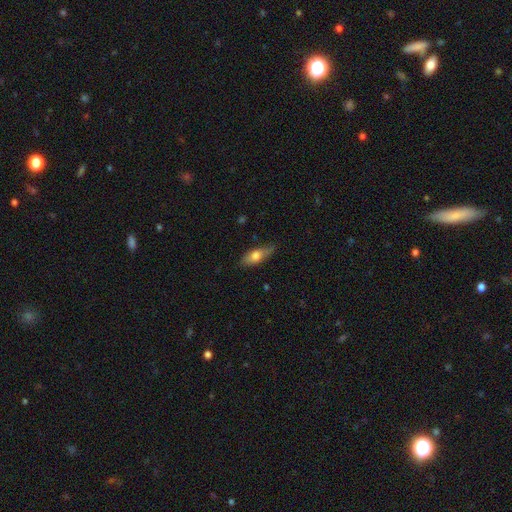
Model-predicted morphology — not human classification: Overall: smooth (65%; featured or disk 28%). How rounded: in between (65%; cigar-shaped 31%). Merging: none (69%).